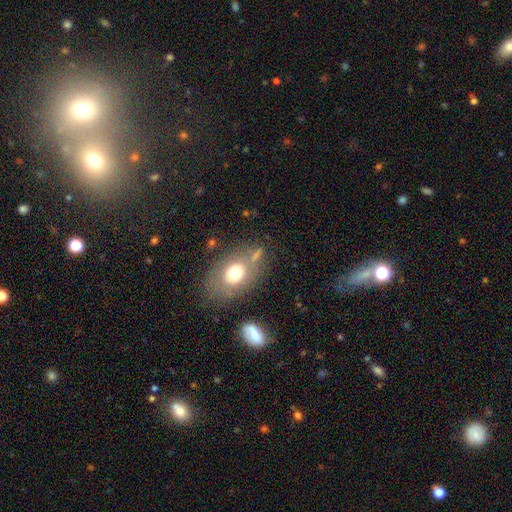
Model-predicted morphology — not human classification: smooth_or_featured: smooth (p=0.61) [alt: featured or disk p=0.26]
how_rounded: in between (p=0.73) [alt: round p=0.24]
merging: none (p=0.59) [alt: minor disturbance p=0.19]